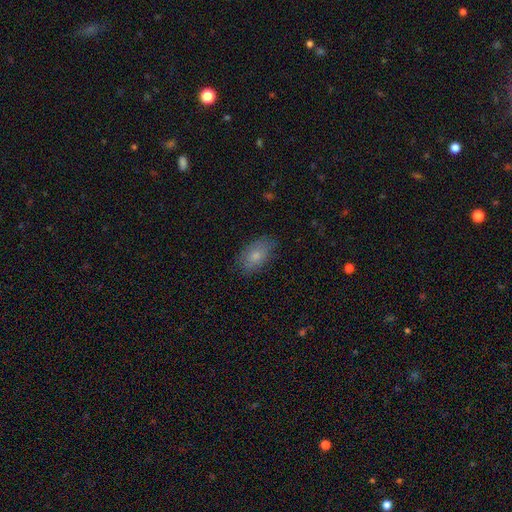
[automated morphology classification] Smooth or featured? smooth (80%)
How rounded? in between (92%)
Merging? none (78%)